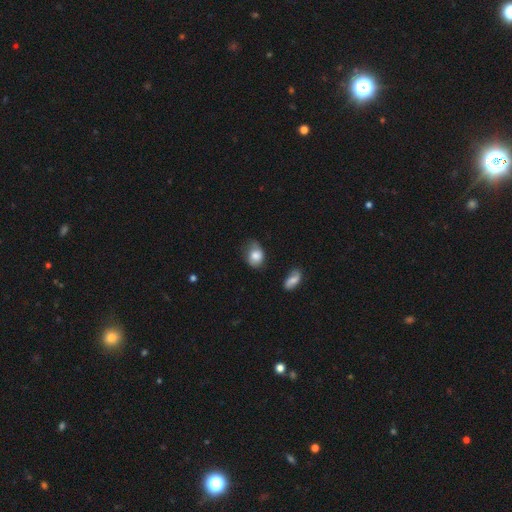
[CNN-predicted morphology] smooth_or_featured: smooth (p=0.76) [alt: featured or disk p=0.16]
how_rounded: in between (p=0.59) [alt: round p=0.40]
merging: none (p=0.43) [alt: minor disturbance p=0.40]